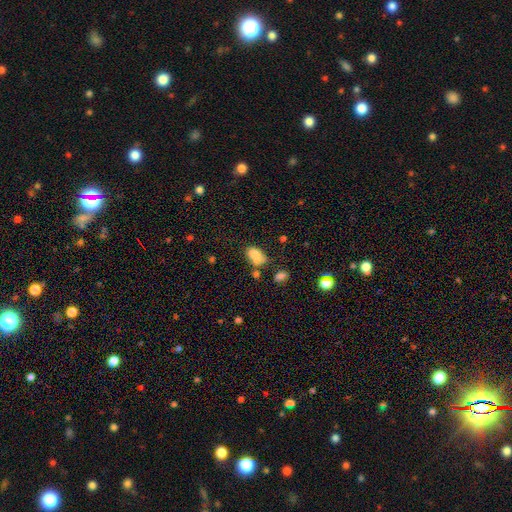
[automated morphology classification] Q: Smooth or featured?
A: smooth (80%); runner-up: star or artifact (11%)
Q: How rounded?
A: in between (89%); runner-up: round (8%)
Q: Merging?
A: none (45%); runner-up: minor disturbance (27%)